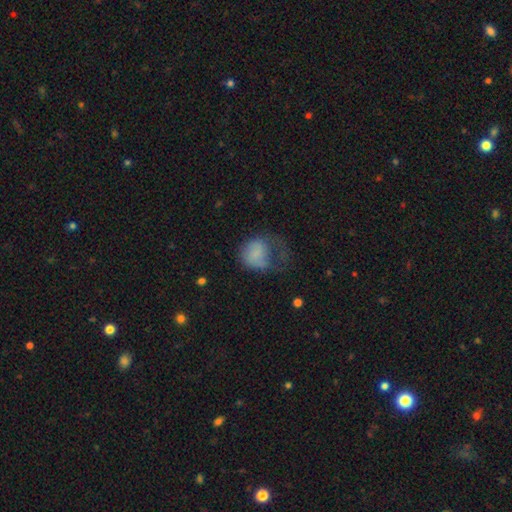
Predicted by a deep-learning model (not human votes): Smooth or featured? smooth (68%)
How rounded? round (57%)
Merging? major disturbance (55%)